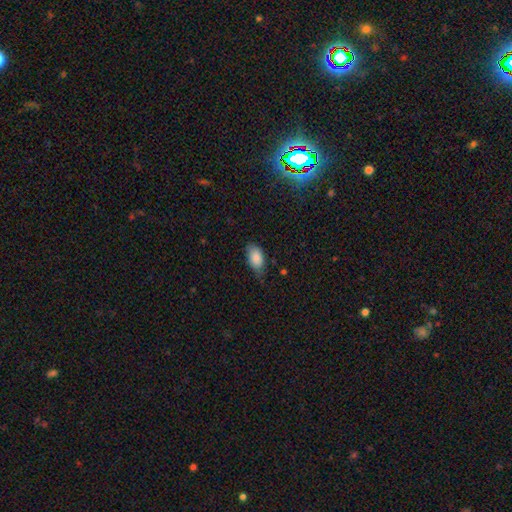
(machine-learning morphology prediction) Q: Smooth or featured?
A: smooth (87%); runner-up: star or artifact (7%)
Q: How rounded?
A: in between (92%); runner-up: round (6%)
Q: Merging?
A: none (63%); runner-up: minor disturbance (30%)